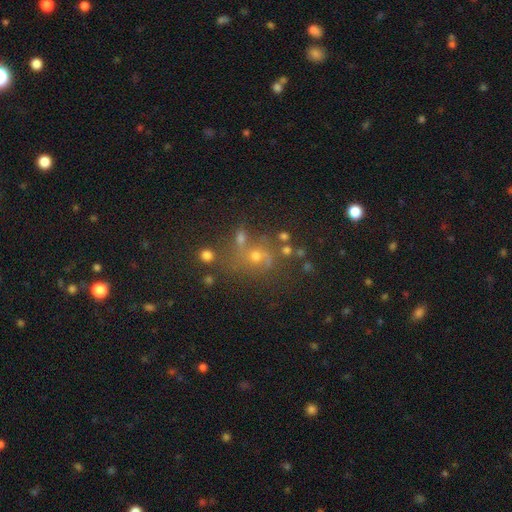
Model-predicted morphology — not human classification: Q: Smooth or featured?
A: star or artifact (43%); runner-up: smooth (41%)